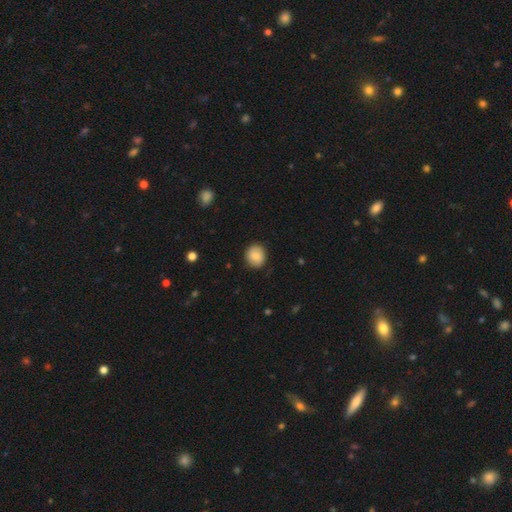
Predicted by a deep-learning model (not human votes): Smooth or featured? Predicted: smooth (p=0.81). How rounded? Predicted: round (p=0.74). Merging? Predicted: none (p=0.84).